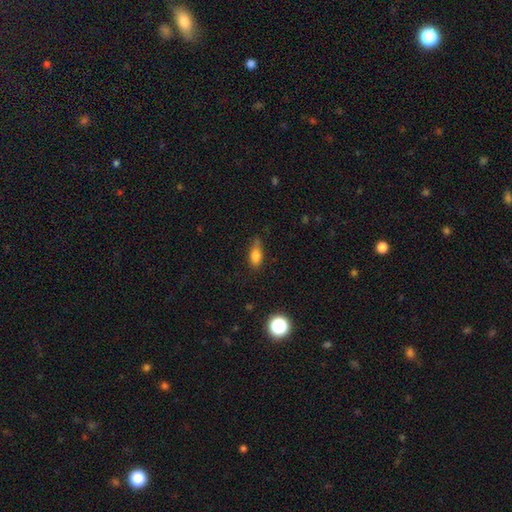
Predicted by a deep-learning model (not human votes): Q: Smooth or featured?
A: smooth (80%); runner-up: star or artifact (11%)
Q: How rounded?
A: in between (78%); runner-up: cigar-shaped (13%)
Q: Merging?
A: none (54%); runner-up: minor disturbance (33%)